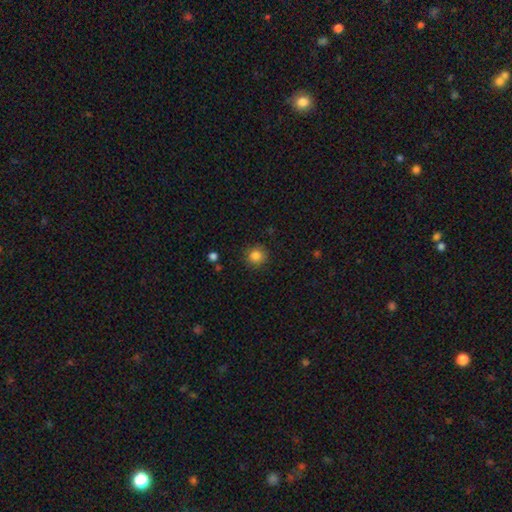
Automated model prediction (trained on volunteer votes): Smooth or featured? smooth (84%)
How rounded? round (92%)
Merging? none (90%)